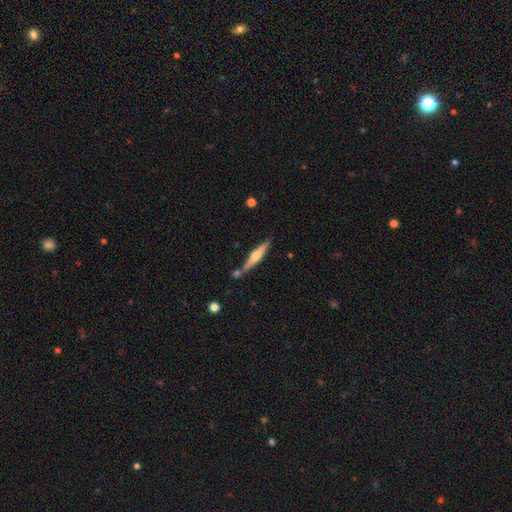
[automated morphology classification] Smooth or featured? Predicted: featured or disk (p=0.61). Edge-on disk? Predicted: yes (p=0.96). Edge-on bulge? Predicted: rounded (p=0.89). Merging? Predicted: none (p=0.73).